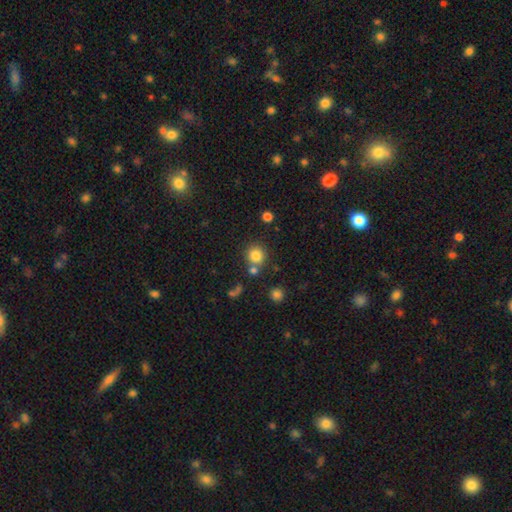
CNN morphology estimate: This appears to be a smooth galaxy with no disk features (80%) that is round (91%). Merging: none (72%).